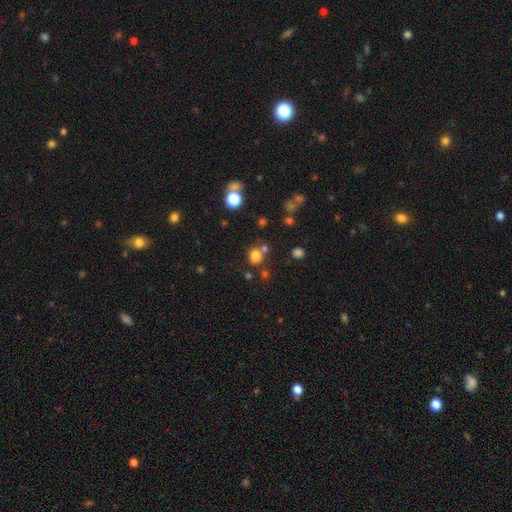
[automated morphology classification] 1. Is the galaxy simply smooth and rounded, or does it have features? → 76% smooth, 17% star or artifact, 7% featured or disk.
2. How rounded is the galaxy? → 61% round, 38% in between, 1% cigar-shaped.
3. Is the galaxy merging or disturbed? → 60% none, 22% merger, 12% minor disturbance, 5% major disturbance.